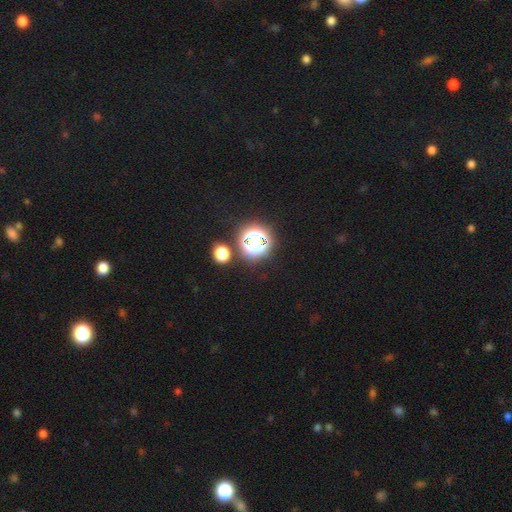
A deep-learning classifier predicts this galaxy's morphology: Q: Smooth or featured?
A: star or artifact (76%); runner-up: smooth (19%)